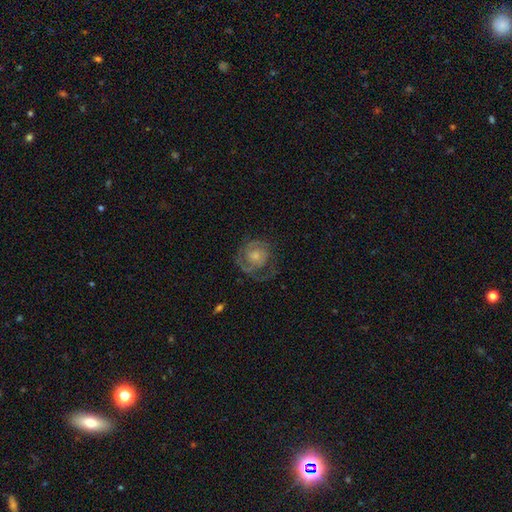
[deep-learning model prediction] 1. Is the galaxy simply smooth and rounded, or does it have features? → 76% featured or disk, 18% smooth, 7% star or artifact.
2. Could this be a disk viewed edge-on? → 98% no, 2% yes.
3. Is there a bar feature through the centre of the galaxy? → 72% no, 25% weak, 4% strong.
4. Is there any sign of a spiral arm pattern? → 90% yes, 10% no.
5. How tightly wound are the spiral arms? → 50% tight, 37% medium, 12% loose.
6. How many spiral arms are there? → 50% 2, 22% can't tell, 14% 3, 7% 1, 4% 4, 3% more than 4.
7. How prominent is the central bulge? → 49% small, 36% moderate, 9% none, 5% large, 1% dominant.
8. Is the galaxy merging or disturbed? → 60% none, 20% minor disturbance, 19% major disturbance, 1% merger.